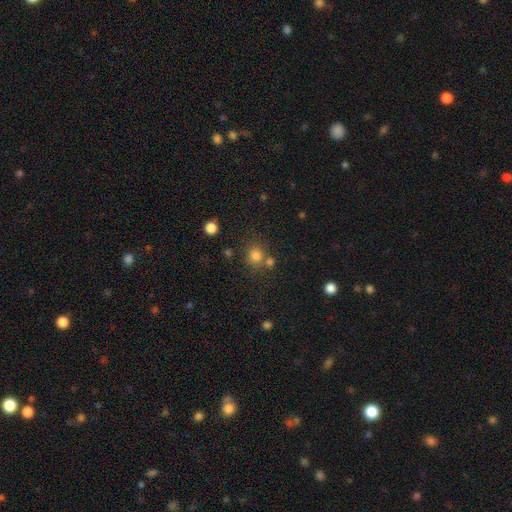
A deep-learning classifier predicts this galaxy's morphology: smooth_or_featured: smooth (p=0.79) [alt: star or artifact p=0.15]
how_rounded: round (p=0.87) [alt: in between p=0.13]
merging: none (p=0.68) [alt: merger p=0.19]